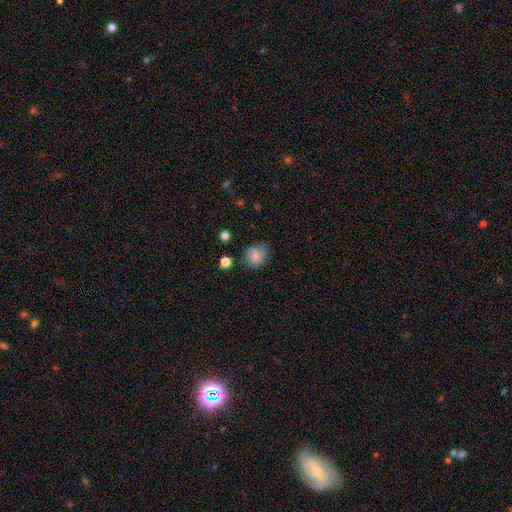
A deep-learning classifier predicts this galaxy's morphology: smooth 76%, featured or disk 14%, star or artifact 9%. Down the decision tree: how rounded — round (67%); merging — none (67%).